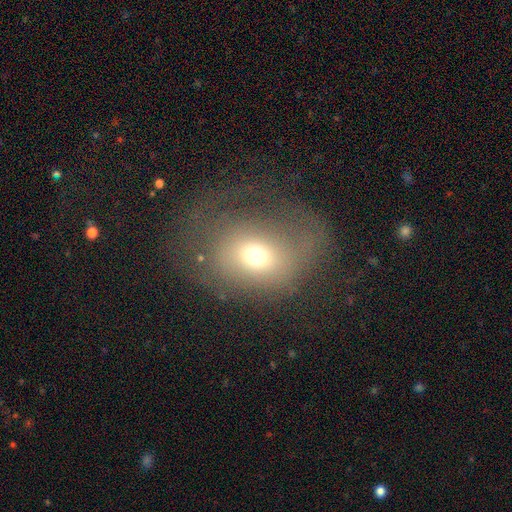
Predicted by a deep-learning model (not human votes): Smooth or featured? Predicted: smooth (p=0.58). How rounded? Predicted: round (p=0.53). Merging? Predicted: none (p=0.43).